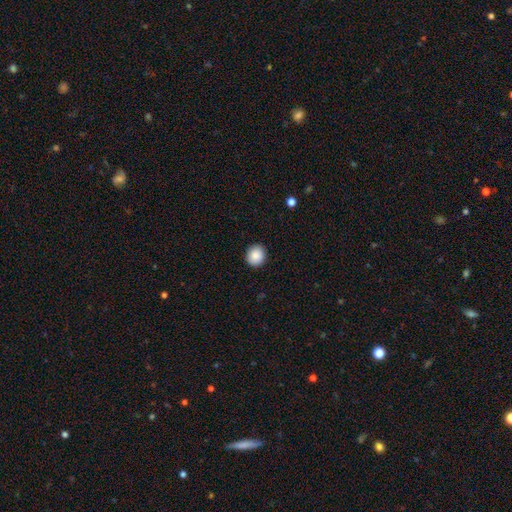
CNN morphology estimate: A smooth galaxy with no disk features (89%) that is round (79%).

Vote fractions:
- Smooth or featured? smooth: 89% / star or artifact: 8% / featured or disk: 3%
- How rounded? round: 79% / in between: 20% / cigar-shaped: 1%
- Merging? none: 91% / minor disturbance: 6% / major disturbance: 2% / merger: 1%